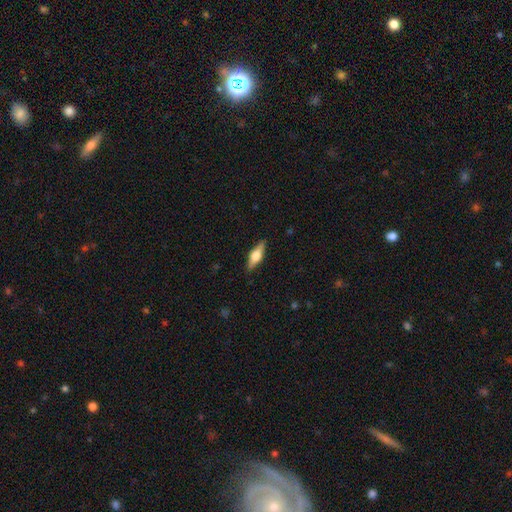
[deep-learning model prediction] Smooth or featured?
  - featured or disk: 52% *
  - smooth: 42%
  - star or artifact: 6%
Edge-on disk?
  - yes: 94% *
  - no: 6%
Merging?
  - none: 88% *
  - minor disturbance: 9%
  - major disturbance: 2%
  - merger: 1%